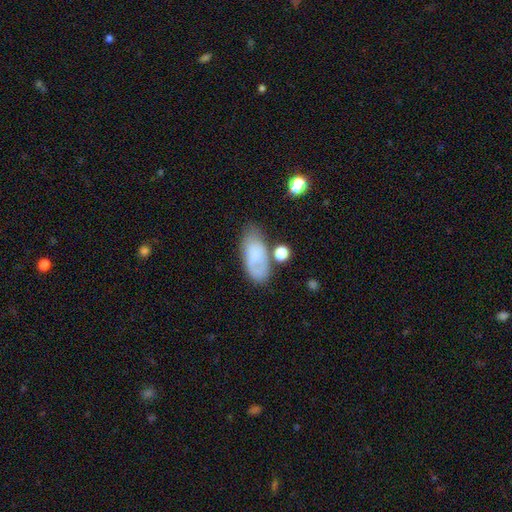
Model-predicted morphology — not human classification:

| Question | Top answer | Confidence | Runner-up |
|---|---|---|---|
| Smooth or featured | smooth | 68% | featured or disk (23%) |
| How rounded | in between | 90% | cigar-shaped (6%) |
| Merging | none | 56% | minor disturbance (24%) |